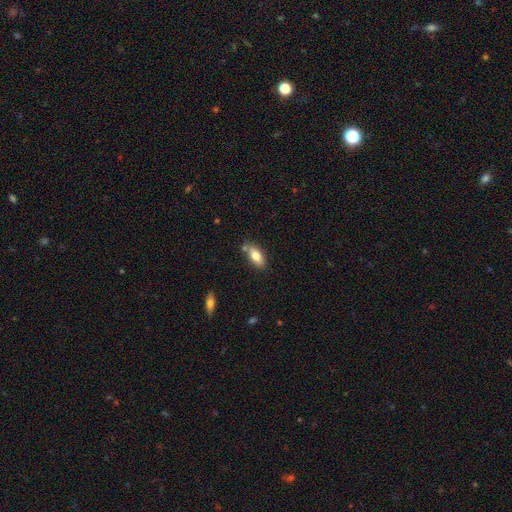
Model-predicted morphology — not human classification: This is likely a smooth galaxy (76%). How rounded: clearly in between (84%). Merging: likely none (75%).